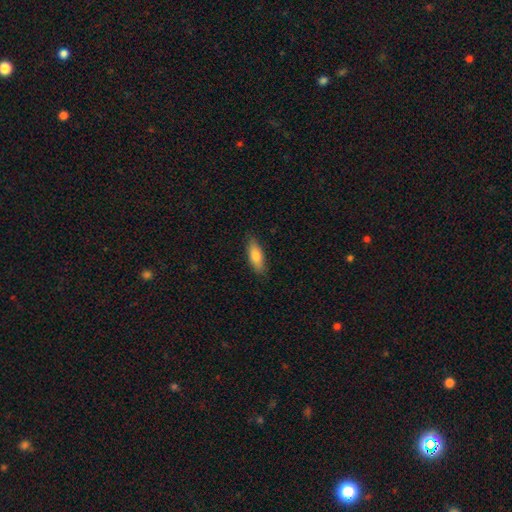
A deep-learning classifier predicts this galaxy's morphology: type=smooth (80%); roundness=in between (72%); merging=none (86%).